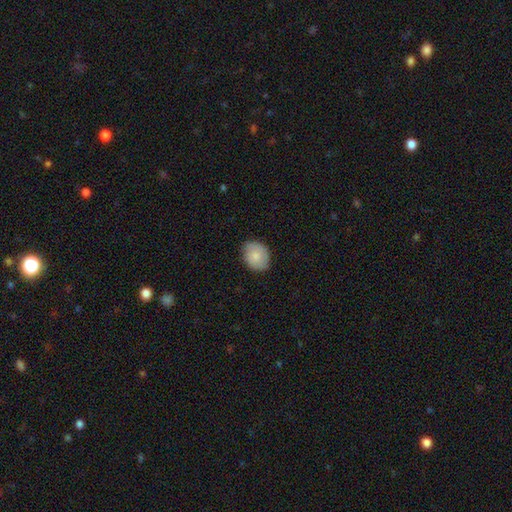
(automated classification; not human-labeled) smooth_or_featured: smooth (p=0.82) [alt: featured or disk p=0.12]
how_rounded: in between (p=0.56) [alt: round p=0.43]
merging: none (p=0.81) [alt: minor disturbance p=0.16]